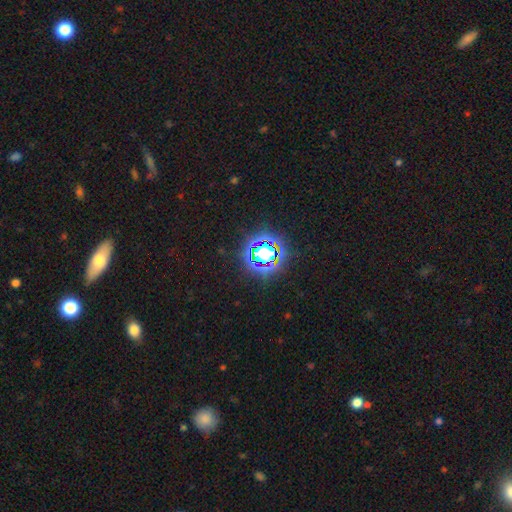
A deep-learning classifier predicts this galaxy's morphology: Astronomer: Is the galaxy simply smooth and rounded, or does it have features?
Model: star or artifact — 78%.